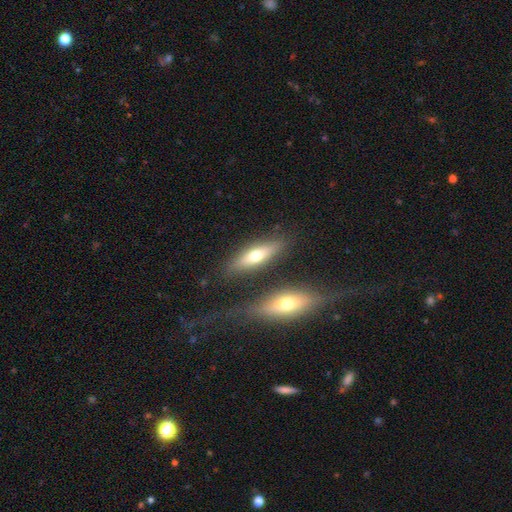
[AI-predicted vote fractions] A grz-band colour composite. It shows a smooth galaxy with no disk features (56%) that is cigar-shaped (51%). Merging: none (76%).